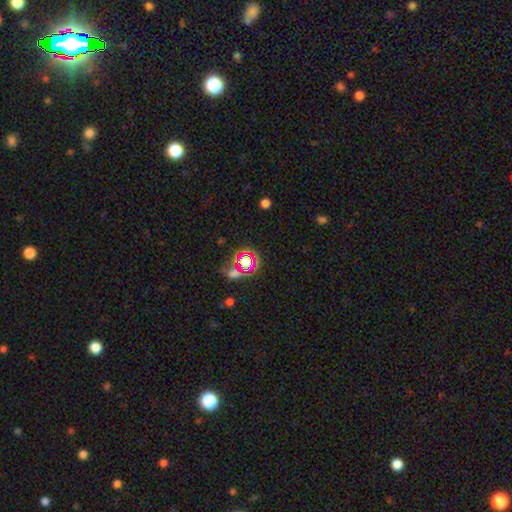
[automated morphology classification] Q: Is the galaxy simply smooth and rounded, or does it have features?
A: star or artifact — 69%.